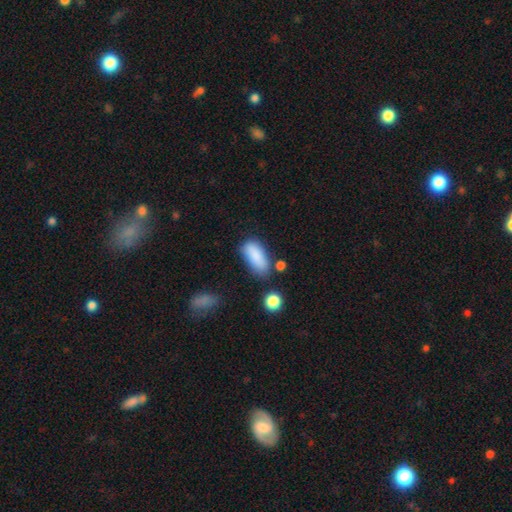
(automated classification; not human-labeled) Smooth or featured?
  - smooth: 85% *
  - star or artifact: 8%
  - featured or disk: 7%
How rounded?
  - in between: 84% *
  - cigar-shaped: 13%
  - round: 3%
Merging?
  - none: 60% *
  - minor disturbance: 24%
  - merger: 9%
  - major disturbance: 8%